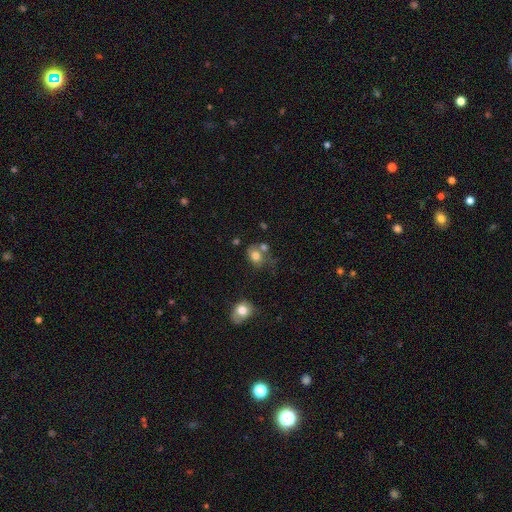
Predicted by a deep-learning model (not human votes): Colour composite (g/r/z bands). It shows a smooth galaxy with no disk features (77%) that is in between round and cigar-shaped (54%). Merging: none (45%).